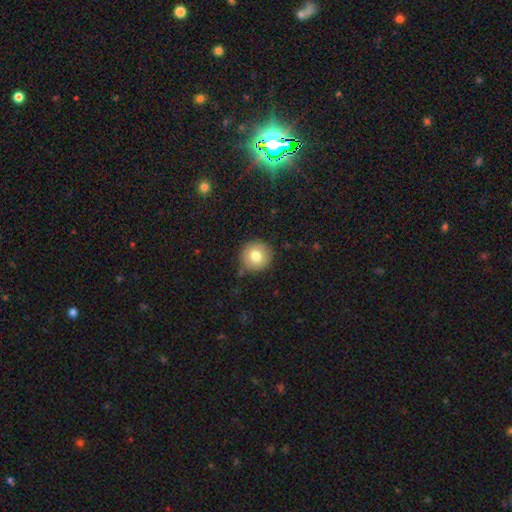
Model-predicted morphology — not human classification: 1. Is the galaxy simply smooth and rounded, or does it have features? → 79% smooth, 12% featured or disk, 9% star or artifact.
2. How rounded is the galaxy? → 94% round, 5% in between, 1% cigar-shaped.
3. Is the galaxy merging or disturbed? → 85% none, 10% minor disturbance, 3% major disturbance, 2% merger.